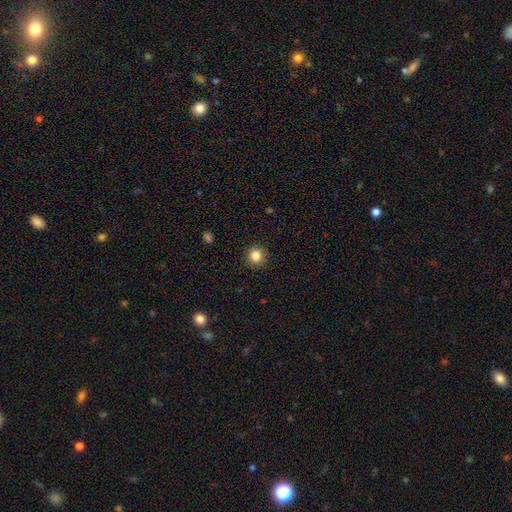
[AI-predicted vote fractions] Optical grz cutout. It shows a smooth galaxy with no disk features (83%) that is round (91%). Merging: none (92%).